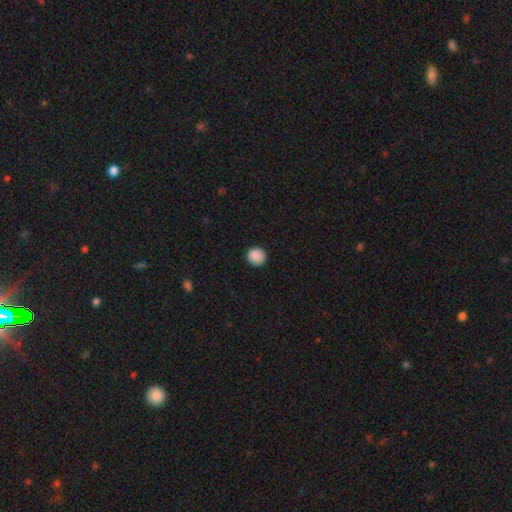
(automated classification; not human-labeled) Smooth or featured?
  - smooth: 88% *
  - star or artifact: 9%
  - featured or disk: 3%
How rounded?
  - round: 94% *
  - in between: 5%
  - cigar-shaped: 1%
Merging?
  - none: 91% *
  - minor disturbance: 6%
  - major disturbance: 2%
  - merger: 1%